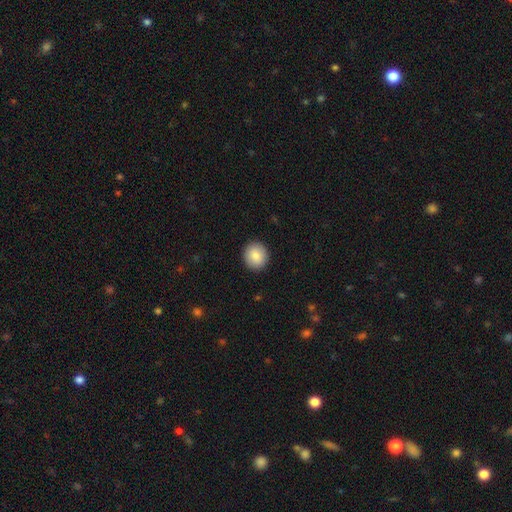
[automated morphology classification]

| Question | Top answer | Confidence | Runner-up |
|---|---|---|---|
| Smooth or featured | smooth | 86% | star or artifact (7%) |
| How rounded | round | 86% | in between (13%) |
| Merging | none | 92% | minor disturbance (6%) |